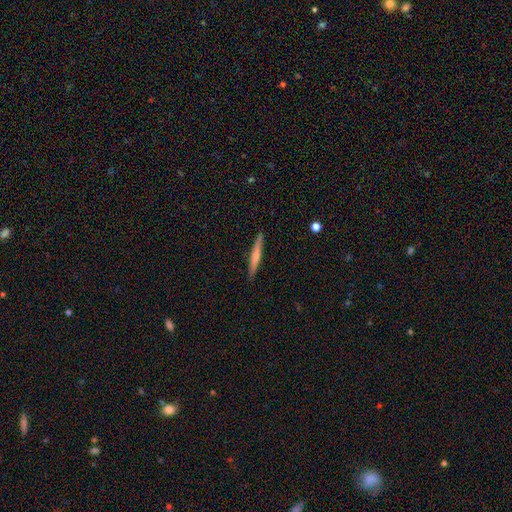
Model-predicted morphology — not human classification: A smooth galaxy with no disk features (57%) that is cigar-shaped (95%). Merging: none (90%).